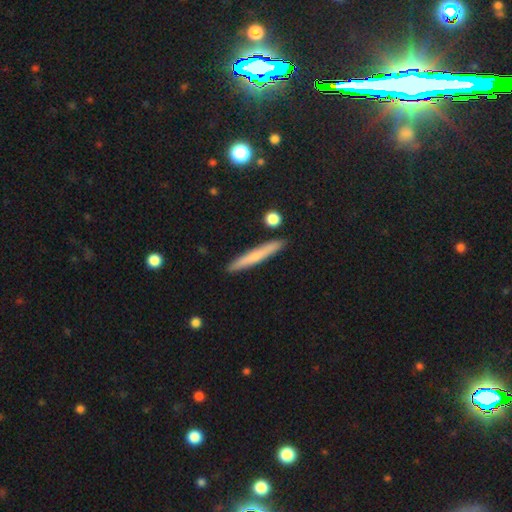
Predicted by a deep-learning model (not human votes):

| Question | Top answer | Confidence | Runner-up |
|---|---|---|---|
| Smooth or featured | smooth | 65% | featured or disk (29%) |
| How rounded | cigar-shaped | 95% | in between (3%) |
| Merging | none | 90% | minor disturbance (6%) |